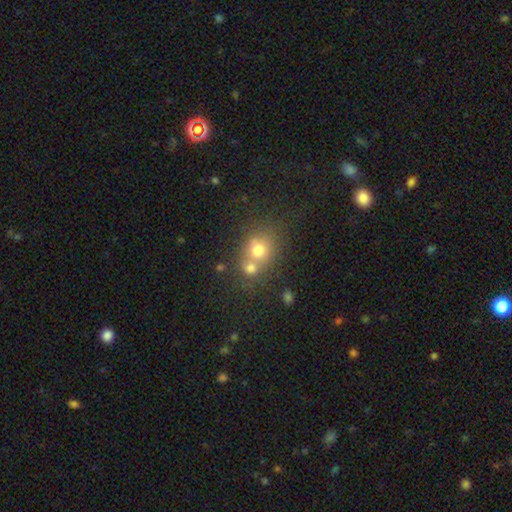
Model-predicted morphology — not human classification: Smooth or featured: smooth — 64% (star or artifact — 22%)
How rounded: round — 76% (in between — 23%)
Merging: none — 49% (merger — 40%)